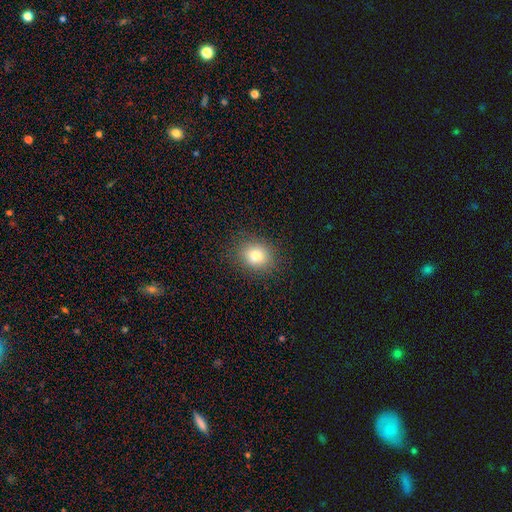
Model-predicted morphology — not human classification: Smooth or featured? smooth (78%)
How rounded? round (64%)
Merging? none (87%)